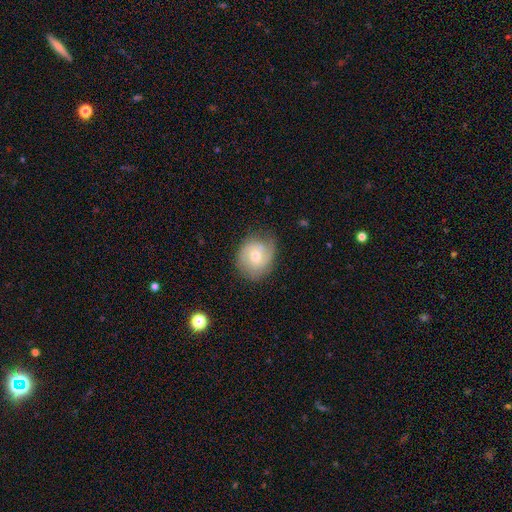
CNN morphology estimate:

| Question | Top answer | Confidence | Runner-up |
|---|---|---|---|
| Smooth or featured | featured or disk | 51% | smooth (41%) |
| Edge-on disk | no | 96% | yes (4%) |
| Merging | none | 66% | minor disturbance (24%) |